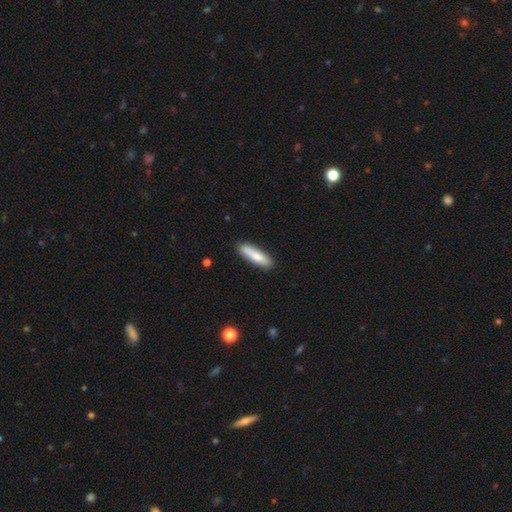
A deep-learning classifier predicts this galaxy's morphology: Overall: smooth (80%). How rounded: cigar-shaped (68%; in between 30%). Merging: none (87%).